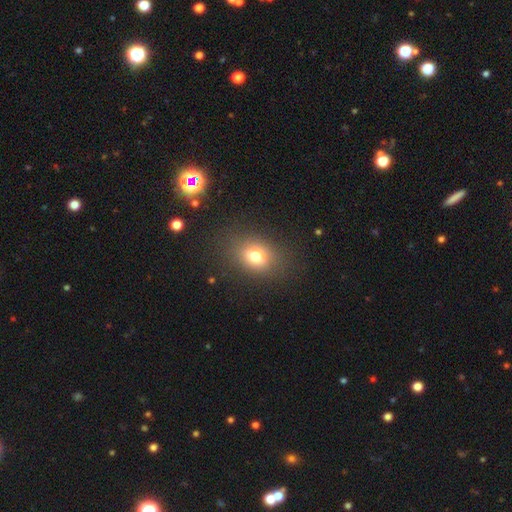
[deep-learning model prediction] The model was most divided on "how rounded": in between: 59%, round: 39%, cigar-shaped: 2%. More confident: merging — none (81%); smooth or featured — smooth (74%).